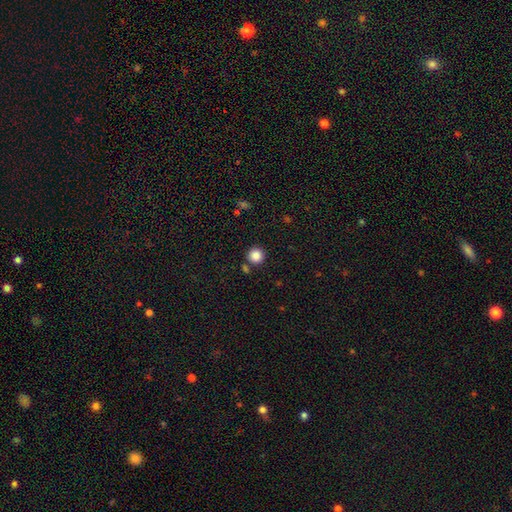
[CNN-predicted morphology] A smooth galaxy with no disk features (86%) that is round (95%). Merging: none (84%).